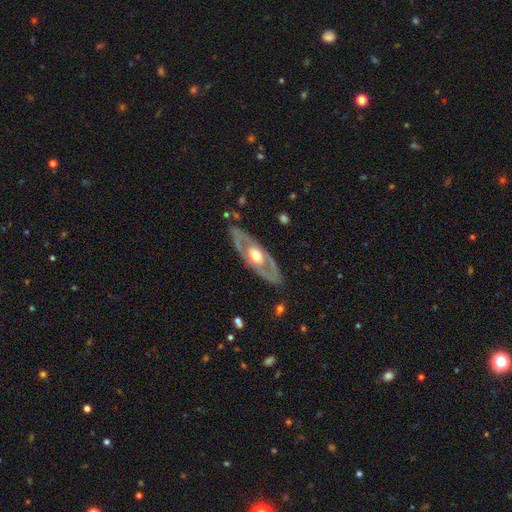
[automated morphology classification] A featured or disk galaxy (71%) with no bar (81%), no spiral arms (74%) and a moderate central bulge (65%). Merging: none (82%).